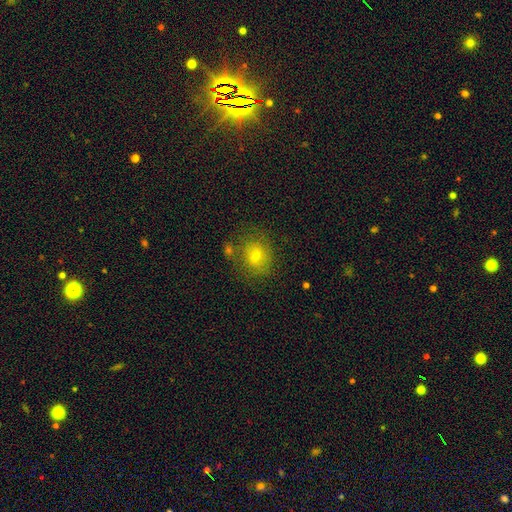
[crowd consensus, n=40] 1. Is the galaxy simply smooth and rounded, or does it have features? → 70% smooth, 22% featured or disk, 8% star or artifact.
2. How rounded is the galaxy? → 68% round, 32% in between, 0% cigar-shaped.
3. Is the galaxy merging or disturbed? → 73% none, 16% major disturbance, 5% minor disturbance, 5% merger.